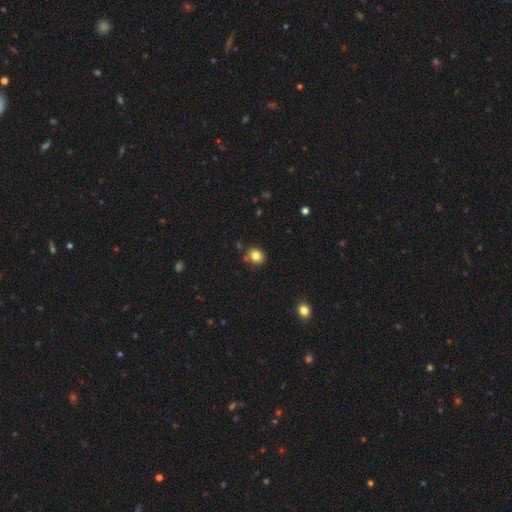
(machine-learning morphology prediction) smooth-or-featured: smooth: 81% | star or artifact: 11% | featured or disk: 8%
  how-rounded: round: 61% | in between: 38% | cigar-shaped: 1%
  merging: none: 79% | minor disturbance: 13% | merger: 5% | major disturbance: 3%